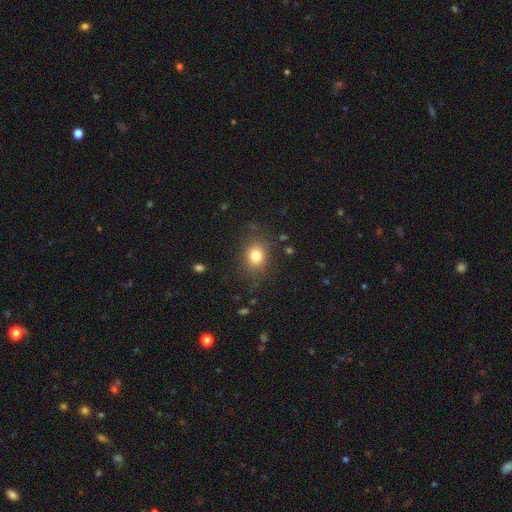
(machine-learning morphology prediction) A smooth galaxy with no disk features (80%) that is round (53%). Merging: none (82%).